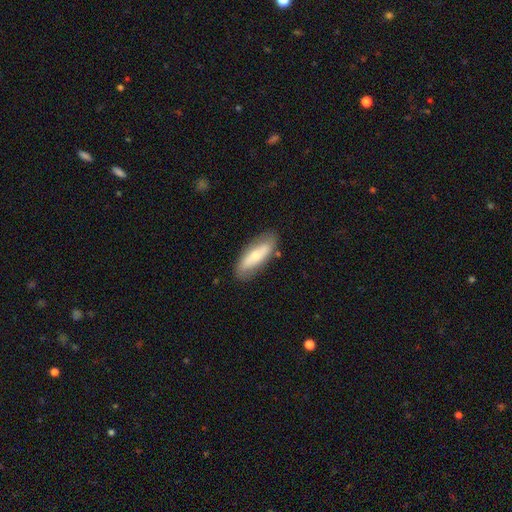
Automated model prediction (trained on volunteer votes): This appears to be a smooth galaxy with no disk features (59%) that is in between round and cigar-shaped (59%). Merging: none (81%).